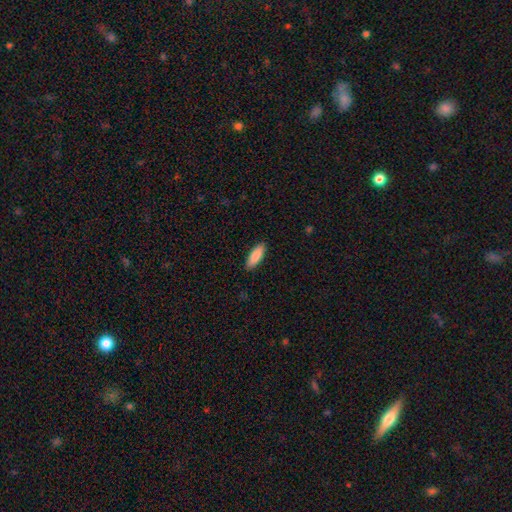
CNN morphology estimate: A smooth galaxy with no disk features (88%) that is in between round and cigar-shaped (65%). Merging: none (90%).